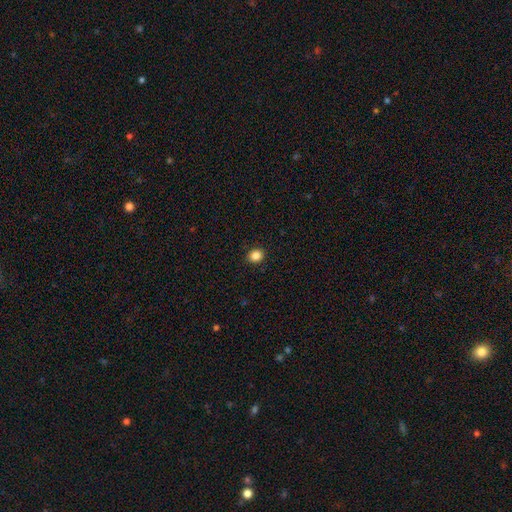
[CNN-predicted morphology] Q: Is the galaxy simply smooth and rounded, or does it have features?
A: smooth — 86%.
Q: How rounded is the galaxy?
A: round — 70%.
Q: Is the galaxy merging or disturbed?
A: none — 91%.